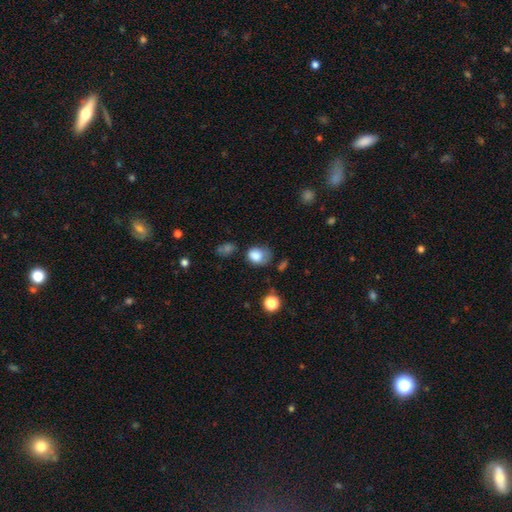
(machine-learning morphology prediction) This appears to be a smooth galaxy with no disk features (81%) that is in between round and cigar-shaped (52%). Merging: none (40%).